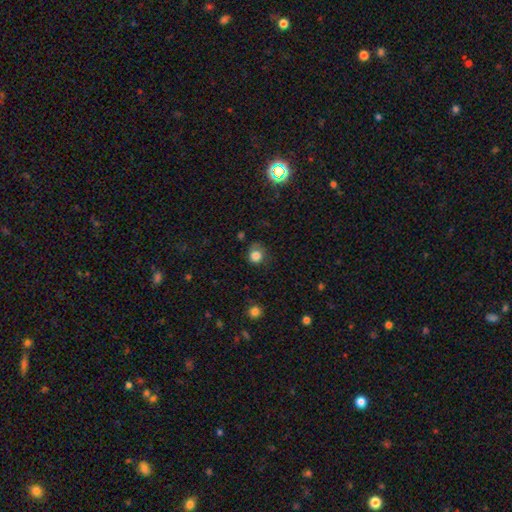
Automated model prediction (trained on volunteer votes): Smooth or featured?
  - smooth: 82% *
  - star or artifact: 12%
  - featured or disk: 7%
How rounded?
  - round: 80% *
  - in between: 19%
  - cigar-shaped: 1%
Merging?
  - none: 63% *
  - minor disturbance: 26%
  - major disturbance: 9%
  - merger: 2%